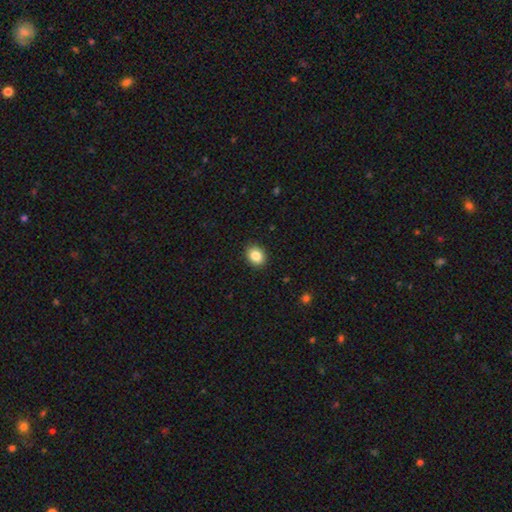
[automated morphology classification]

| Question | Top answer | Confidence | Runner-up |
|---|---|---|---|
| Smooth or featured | smooth | 86% | star or artifact (9%) |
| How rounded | in between | 50% | round (49%) |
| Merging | none | 91% | minor disturbance (7%) |